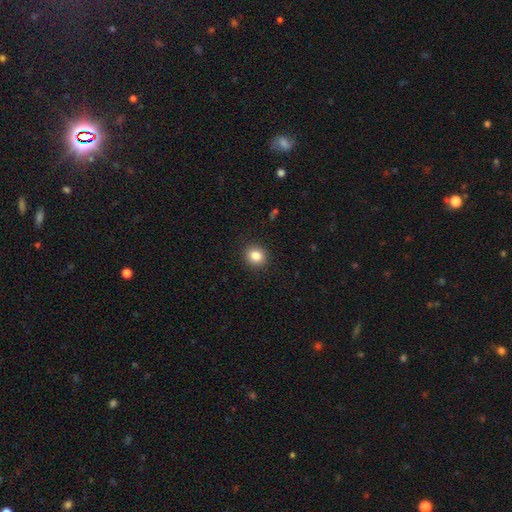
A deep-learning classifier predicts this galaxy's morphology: This is clearly a smooth galaxy (84%). How rounded: clearly round (82%). Merging: clearly none (91%).